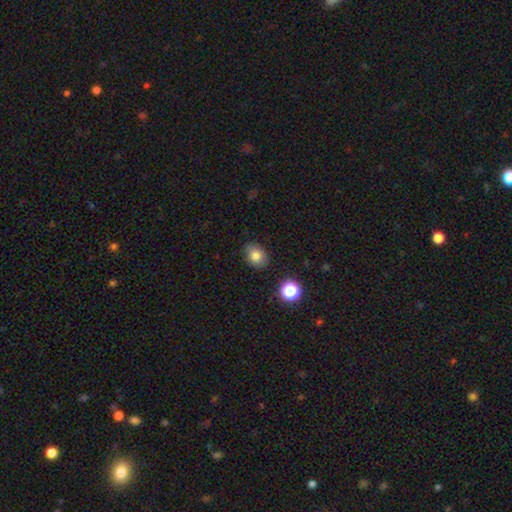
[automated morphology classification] A smooth galaxy with no disk features (79%) that is in between round and cigar-shaped (51%).

Vote fractions:
- Smooth or featured? smooth: 79% / star or artifact: 12% / featured or disk: 9%
- How rounded? in between: 51% / round: 49% / cigar-shaped: 1%
- Merging? none: 81% / minor disturbance: 14% / major disturbance: 3% / merger: 2%